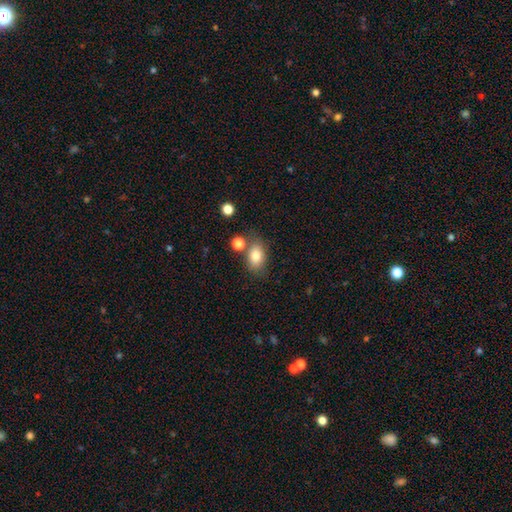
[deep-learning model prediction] A smooth galaxy with no disk features (80%) that is in between round and cigar-shaped (79%).

Vote fractions:
- Smooth or featured? smooth: 80% / featured or disk: 10% / star or artifact: 9%
- How rounded? in between: 79% / round: 19% / cigar-shaped: 2%
- Merging? none: 68% / minor disturbance: 15% / merger: 13% / major disturbance: 5%